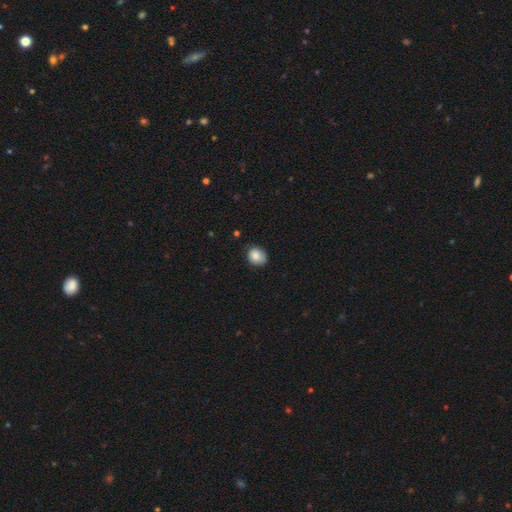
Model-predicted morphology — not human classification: smooth 82%, featured or disk 10%, star or artifact 8%. Down the decision tree: how rounded — round (60%); merging — none (74%).